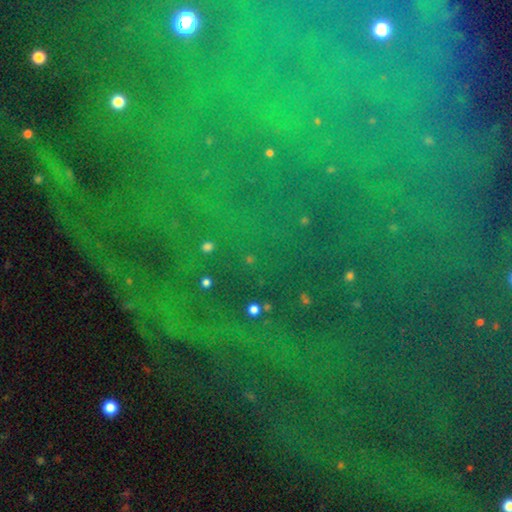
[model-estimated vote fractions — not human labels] Smooth or featured?
  - star or artifact: 81% *
  - smooth: 9%
  - featured or disk: 9%